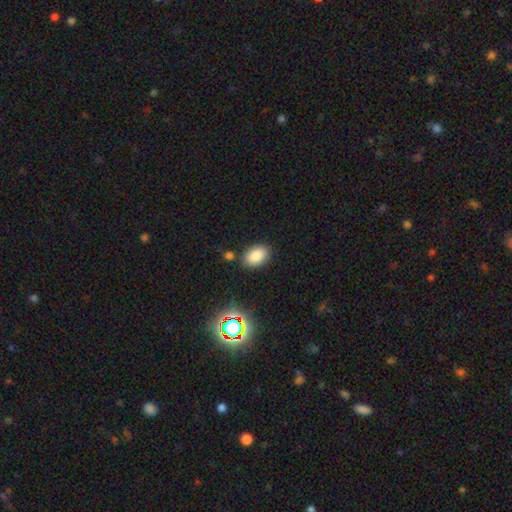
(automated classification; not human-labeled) smooth_or_featured: smooth (p=0.83) [alt: star or artifact p=0.12]
how_rounded: in between (p=0.86) [alt: round p=0.13]
merging: none (p=0.82) [alt: minor disturbance p=0.11]